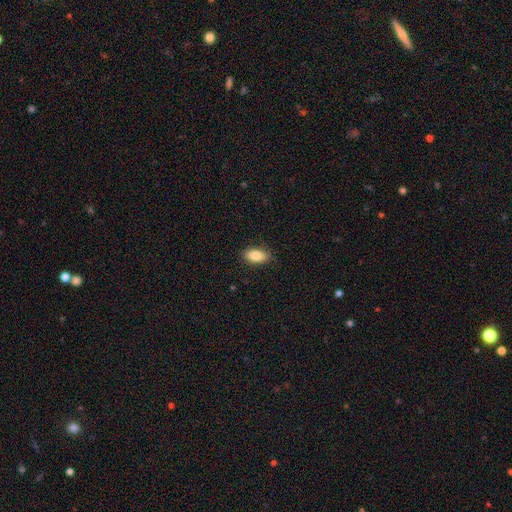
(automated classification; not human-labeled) Smooth or featured?
  - smooth: 85% *
  - featured or disk: 8%
  - star or artifact: 7%
How rounded?
  - in between: 91% *
  - round: 5%
  - cigar-shaped: 4%
Merging?
  - none: 86% *
  - minor disturbance: 11%
  - major disturbance: 2%
  - merger: 1%